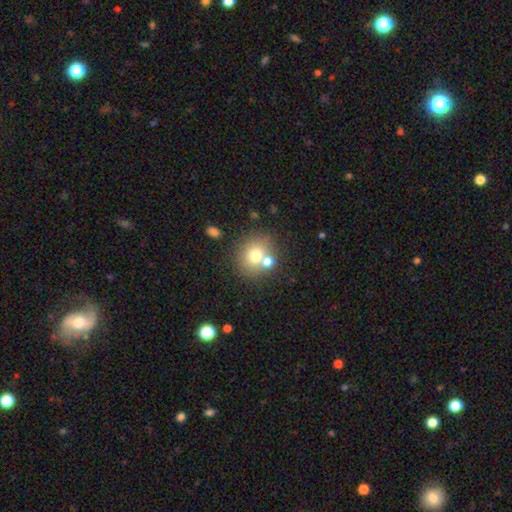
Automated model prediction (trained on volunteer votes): Morphology: type=smooth (71%); roundness=round (77%); merging=none (62%).